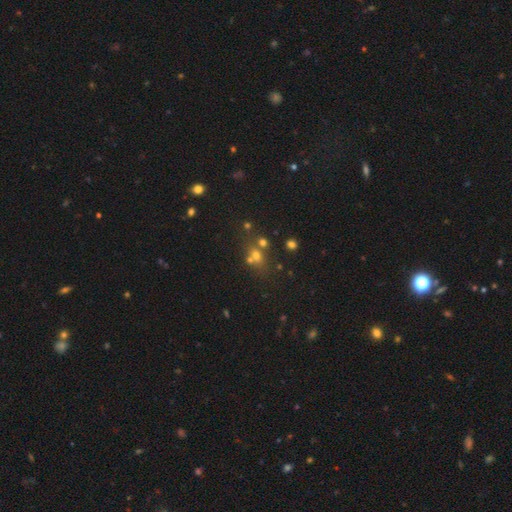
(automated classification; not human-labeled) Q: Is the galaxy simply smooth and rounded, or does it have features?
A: smooth — 50%.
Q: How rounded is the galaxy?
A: round — 68%.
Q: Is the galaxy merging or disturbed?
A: none — 49%.